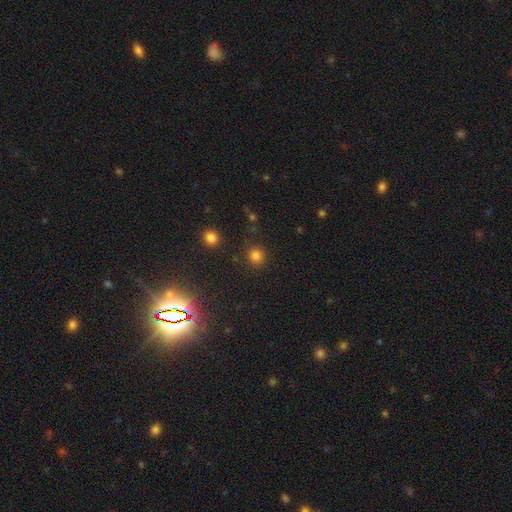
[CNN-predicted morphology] smooth_or_featured: smooth (p=0.79) [alt: star or artifact p=0.16]
how_rounded: round (p=0.88) [alt: in between p=0.11]
merging: none (p=0.87) [alt: minor disturbance p=0.07]